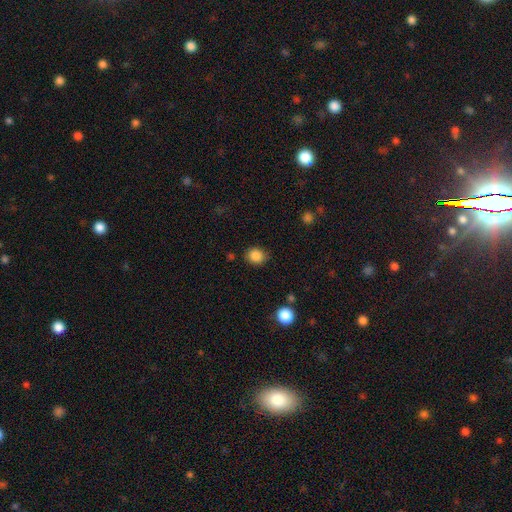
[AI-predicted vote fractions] Smooth or featured? smooth (86%)
How rounded? round (75%)
Merging? none (82%)